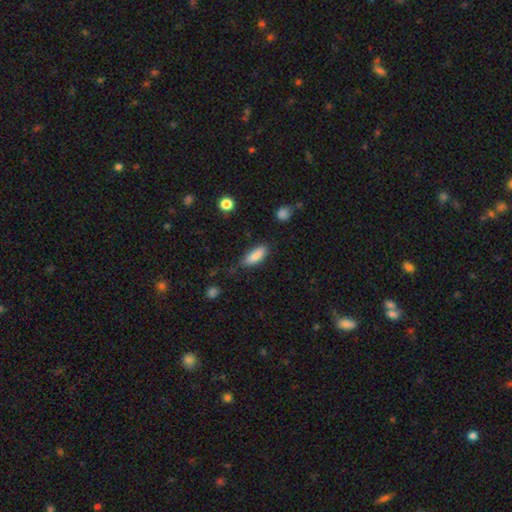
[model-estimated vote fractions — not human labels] Smooth or featured: smooth — 84% (featured or disk — 9%)
How rounded: in between — 68% (cigar-shaped — 30%)
Merging: none — 68% (minor disturbance — 24%)